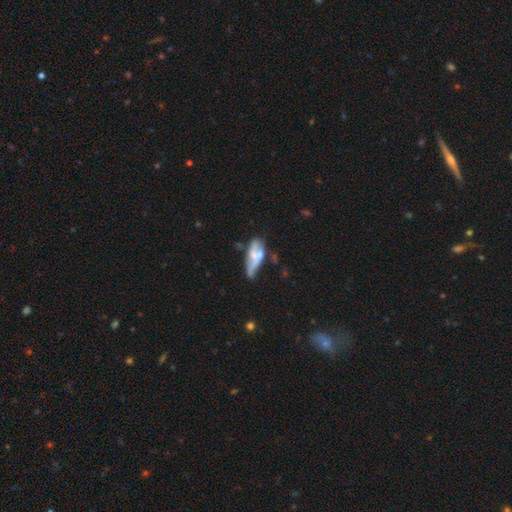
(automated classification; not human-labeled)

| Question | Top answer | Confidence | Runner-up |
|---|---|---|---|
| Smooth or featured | featured or disk | 50% | smooth (42%) |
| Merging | merger | 29% | none (27%) |